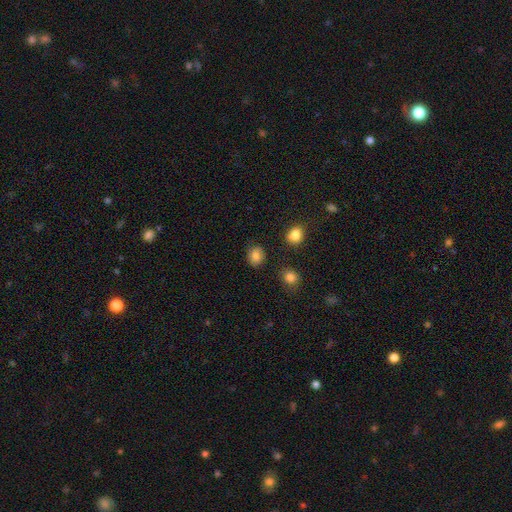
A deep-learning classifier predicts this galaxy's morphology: smooth_or_featured: smooth (p=0.82) [alt: star or artifact p=0.10]
how_rounded: round (p=0.65) [alt: in between p=0.34]
merging: none (p=0.82) [alt: minor disturbance p=0.12]